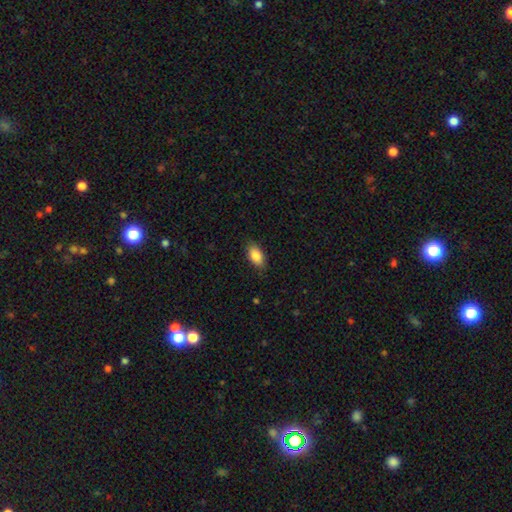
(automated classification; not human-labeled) This is clearly a smooth galaxy (87%). How rounded: clearly in between (92%). Merging: clearly none (85%).